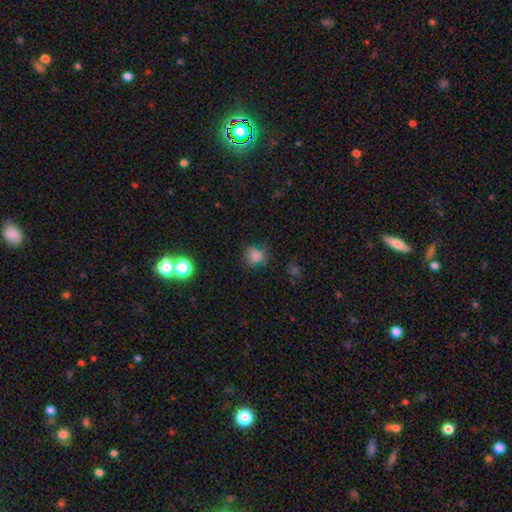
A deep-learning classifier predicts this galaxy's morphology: Overall: smooth (72%). How rounded: round (81%). Merging: none (72%).